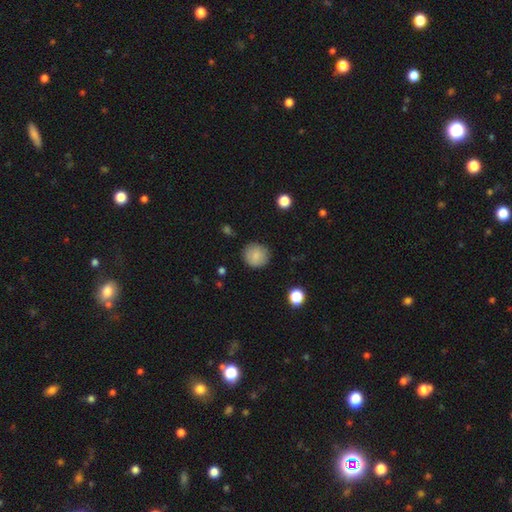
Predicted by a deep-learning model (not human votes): Morphology: type=smooth (85%); roundness=round (90%); merging=none (86%).